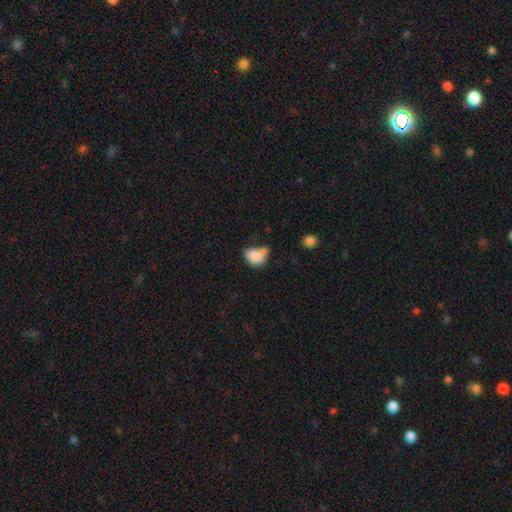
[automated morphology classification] This is clearly a smooth galaxy (81%). How rounded: likely in between (71%). Merging: marginally merger (36%).